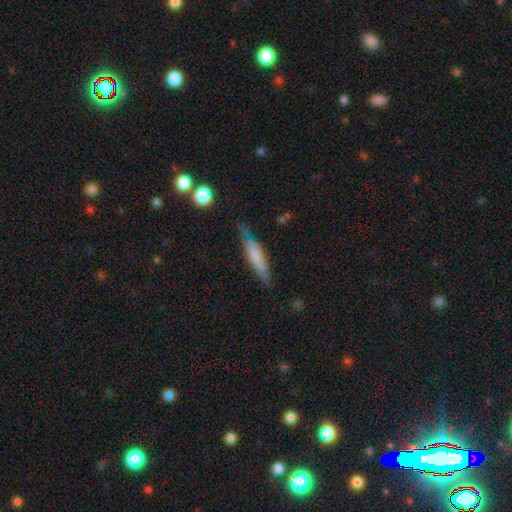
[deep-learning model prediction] Smooth or featured?
  - smooth: 60% *
  - featured or disk: 33%
  - star or artifact: 7%
How rounded?
  - cigar-shaped: 78% *
  - in between: 20%
  - round: 2%
Merging?
  - none: 65% *
  - minor disturbance: 24%
  - major disturbance: 7%
  - merger: 3%